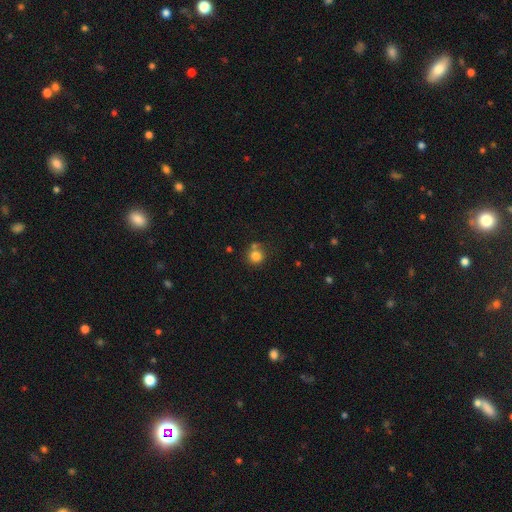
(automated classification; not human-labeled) The model was most divided on "merging": none: 65%, merger: 18%, minor disturbance: 13%, major disturbance: 4%. More confident: how rounded — round (90%); smooth or featured — smooth (81%).